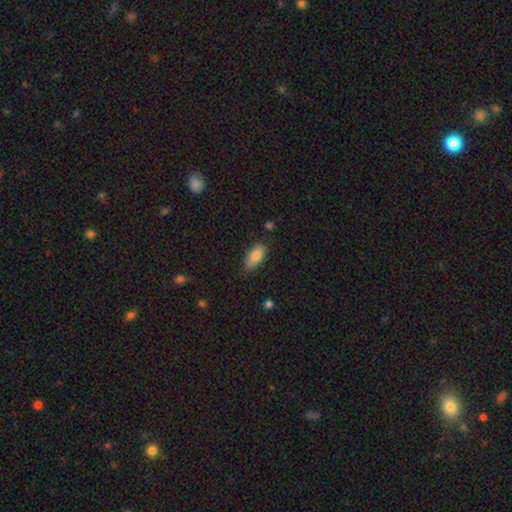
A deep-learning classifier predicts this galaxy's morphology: This appears to be a smooth galaxy with no disk features (84%) that is in between round and cigar-shaped (86%). Merging: none (76%).